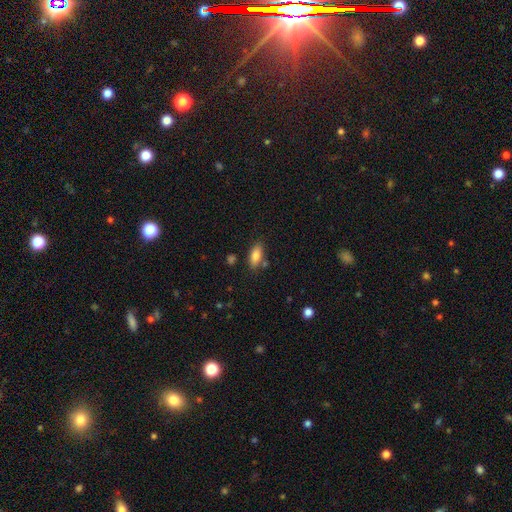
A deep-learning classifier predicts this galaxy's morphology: smooth 82%, featured or disk 10%, star or artifact 8%. Down the decision tree: how rounded — in between (86%); merging — none (78%).